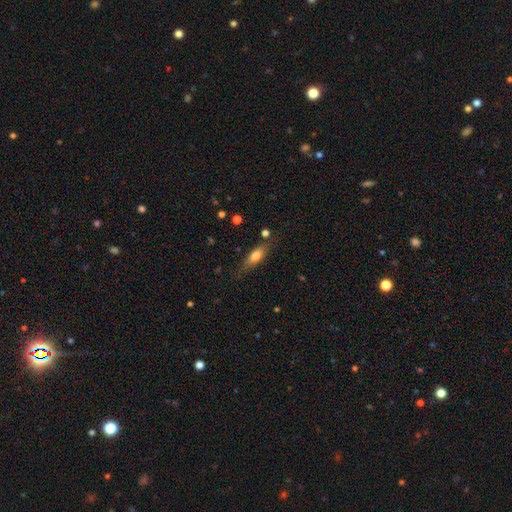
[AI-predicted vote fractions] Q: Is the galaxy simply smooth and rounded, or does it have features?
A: smooth — 65%.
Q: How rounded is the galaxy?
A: in between — 54%.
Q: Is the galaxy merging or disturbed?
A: none — 71%.